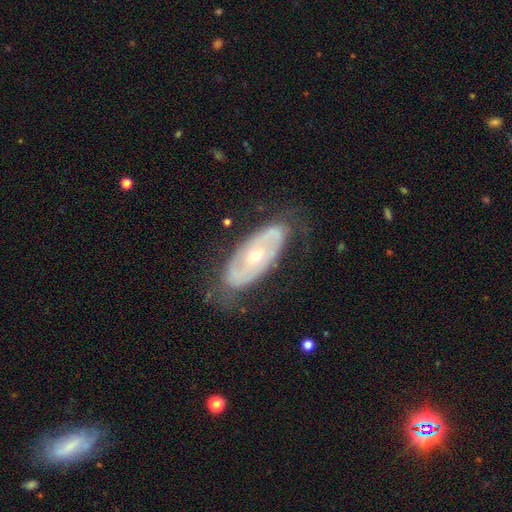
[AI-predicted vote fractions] Smooth or featured? Predicted: featured or disk (p=0.72). Edge-on disk? Predicted: no (p=0.86). Bar? Predicted: no (p=0.79). Spiral arms? Predicted: no (p=0.54). Bulge size? Predicted: small (p=0.55). Merging? Predicted: none (p=0.71).